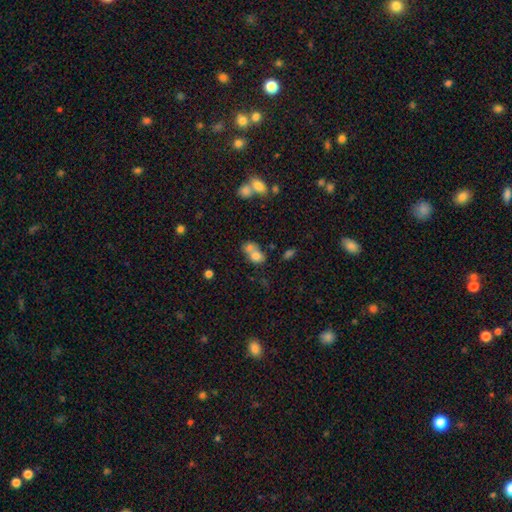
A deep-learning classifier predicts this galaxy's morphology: type=smooth (73%); roundness=in between (51%); merging=merger (64%).